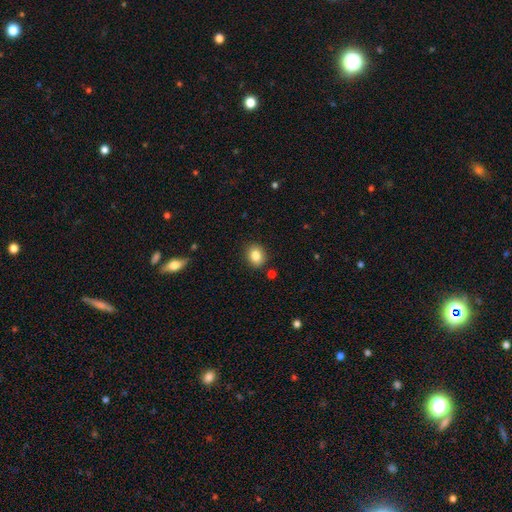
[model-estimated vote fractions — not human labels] smooth-or-featured: smooth: 83% | star or artifact: 10% | featured or disk: 7%
  how-rounded: round: 59% | in between: 40% | cigar-shaped: 1%
  merging: none: 88% | minor disturbance: 8% | major disturbance: 2% | merger: 2%